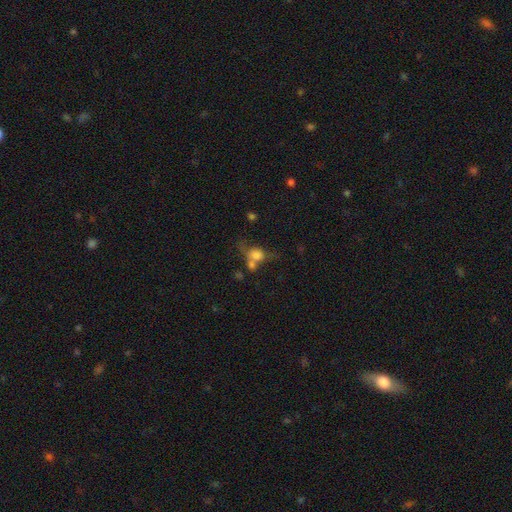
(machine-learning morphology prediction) Smooth or featured: smooth — 68% (featured or disk — 19%)
How rounded: round — 61% (in between — 36%)
Merging: merger — 37% (none — 29%)